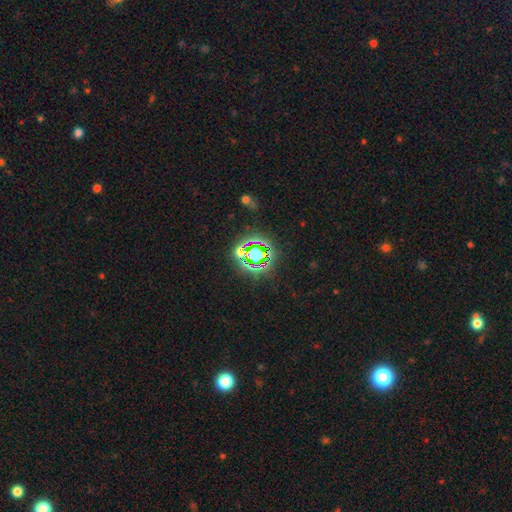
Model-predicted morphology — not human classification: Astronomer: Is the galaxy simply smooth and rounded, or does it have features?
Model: star or artifact — 68%.